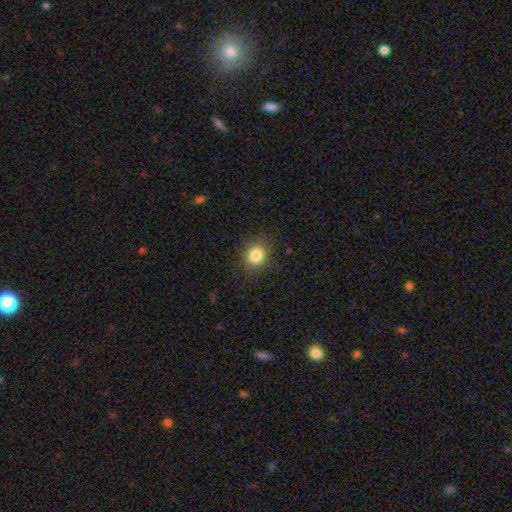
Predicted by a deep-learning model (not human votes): Smooth or featured? Predicted: smooth (p=0.83). How rounded? Predicted: round (p=0.76). Merging? Predicted: none (p=0.86).